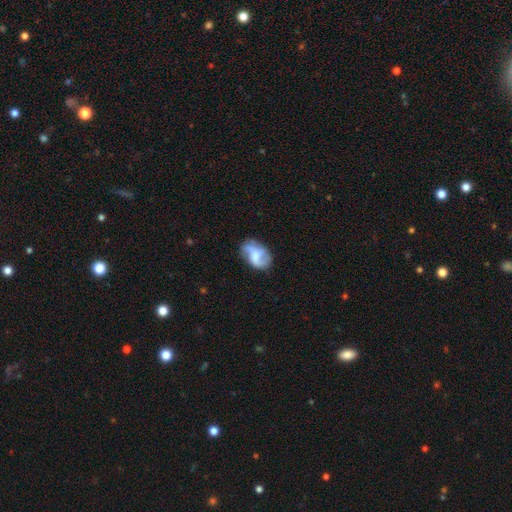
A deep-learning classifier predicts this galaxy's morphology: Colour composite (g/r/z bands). It shows a featured or disk galaxy (65%) with a weak bar (44%), 2 (71%) loose (58%) spiral arms (85%) and a moderate central bulge (43%). Merging: none (60%).